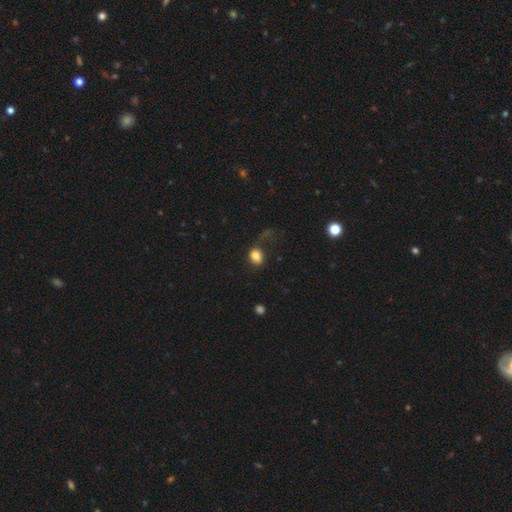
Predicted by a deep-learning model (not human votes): A smooth galaxy with no disk features (79%) that is in between round and cigar-shaped (63%).

Vote fractions:
- Smooth or featured? smooth: 79% / featured or disk: 11% / star or artifact: 10%
- How rounded? in between: 63% / round: 36% / cigar-shaped: 1%
- Merging? none: 42% / major disturbance: 33% / minor disturbance: 21% / merger: 4%